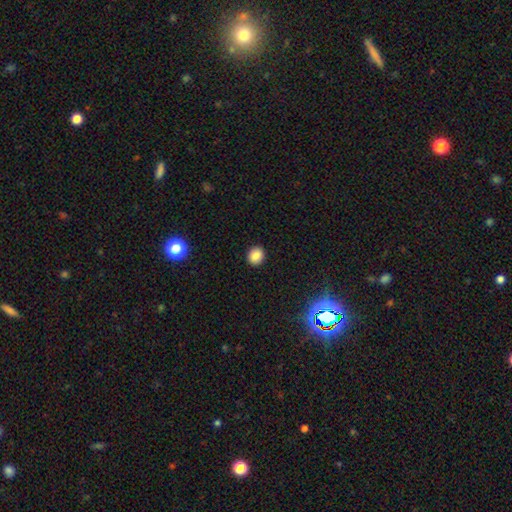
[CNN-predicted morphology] This appears to be a smooth galaxy with no disk features (85%) that is round (73%). Merging: none (92%).